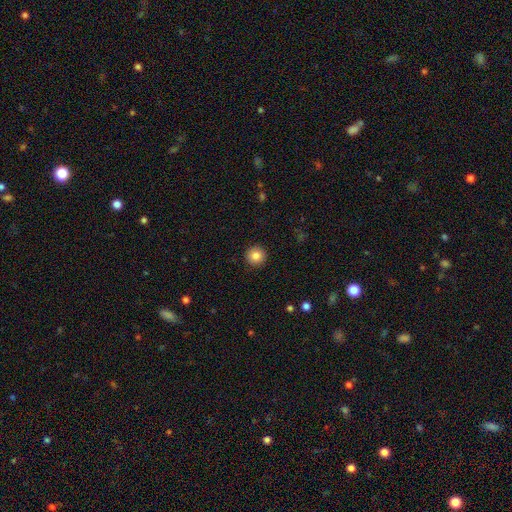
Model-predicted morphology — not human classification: Overall: smooth (85%). How rounded: round (95%). Merging: none (93%).